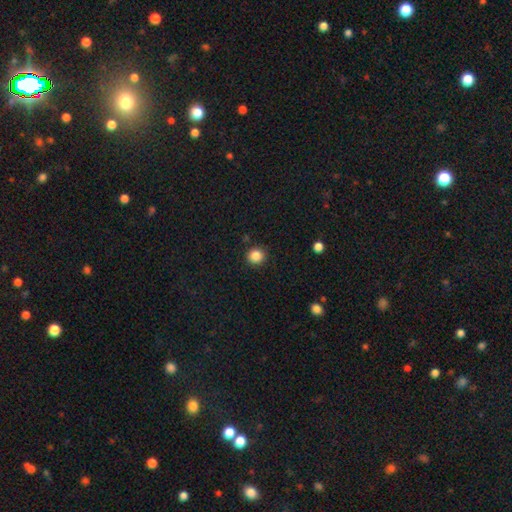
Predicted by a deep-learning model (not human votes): Smooth or featured: smooth — 85% (star or artifact — 11%)
How rounded: round — 91% (in between — 8%)
Merging: none — 90% (minor disturbance — 6%)